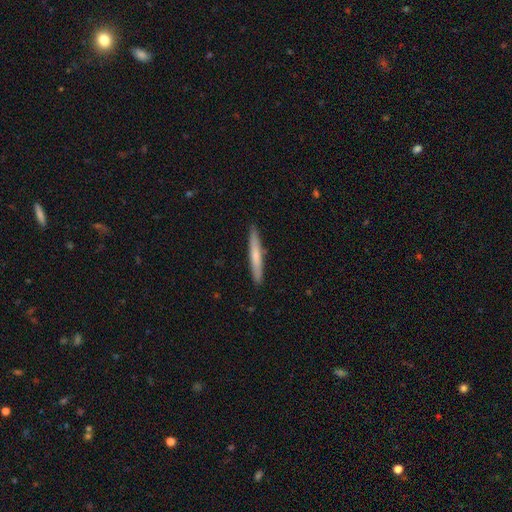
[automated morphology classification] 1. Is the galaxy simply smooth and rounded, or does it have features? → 64% smooth, 31% featured or disk, 5% star or artifact.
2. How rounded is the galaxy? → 95% cigar-shaped, 3% in between, 1% round.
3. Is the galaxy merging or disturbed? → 90% none, 7% minor disturbance, 1% major disturbance, 1% merger.